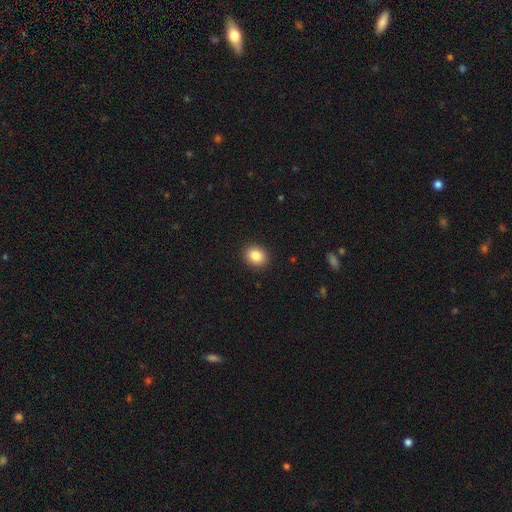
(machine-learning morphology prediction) type=smooth (85%); roundness=round (61%); merging=none (91%).